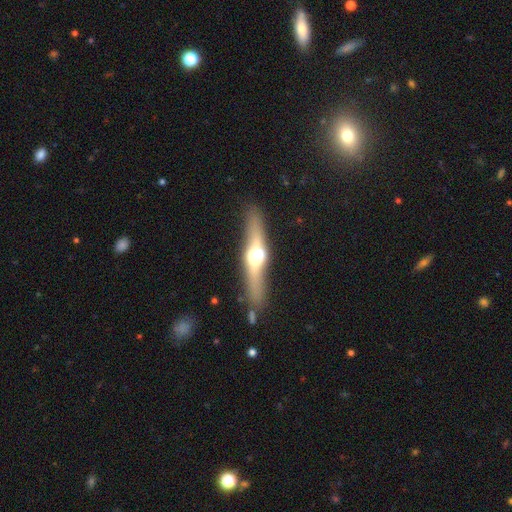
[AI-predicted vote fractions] Smooth or featured: featured or disk — 67% (smooth — 27%)
Edge-on disk: yes — 91% (no — 9%)
Edge-on bulge: rounded — 94% (boxy — 4%)
Merging: none — 83% (minor disturbance — 10%)